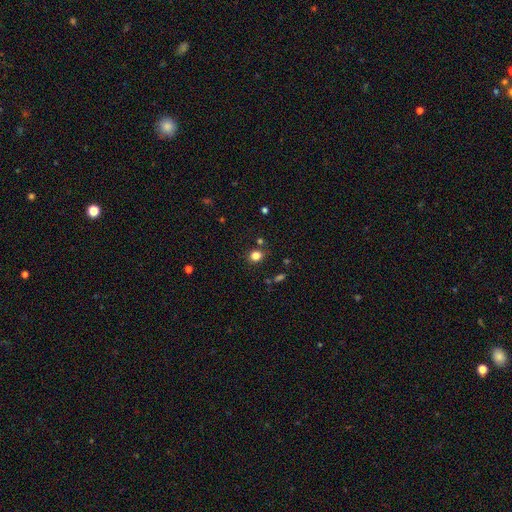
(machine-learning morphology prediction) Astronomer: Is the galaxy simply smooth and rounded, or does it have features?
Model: smooth — 81%.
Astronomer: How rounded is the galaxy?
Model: round — 73%.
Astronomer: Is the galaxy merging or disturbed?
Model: none — 80%.